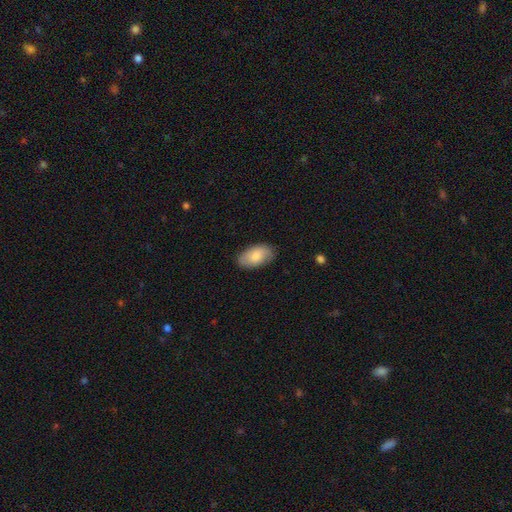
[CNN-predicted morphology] The model was most divided on "smooth or featured": smooth: 80%, featured or disk: 14%, star or artifact: 6%. More confident: how rounded — in between (95%); merging — none (81%).